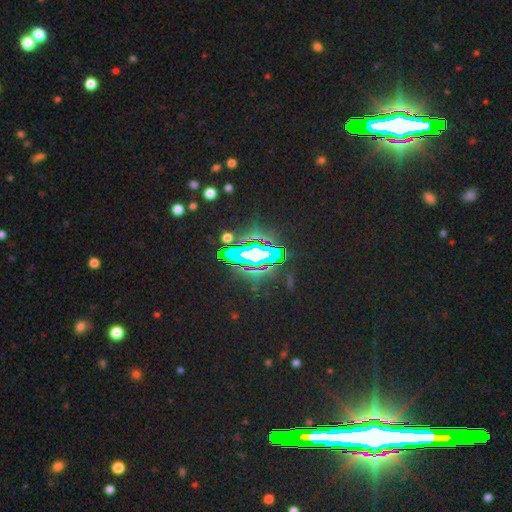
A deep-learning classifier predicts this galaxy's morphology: type=star or artifact (71%).